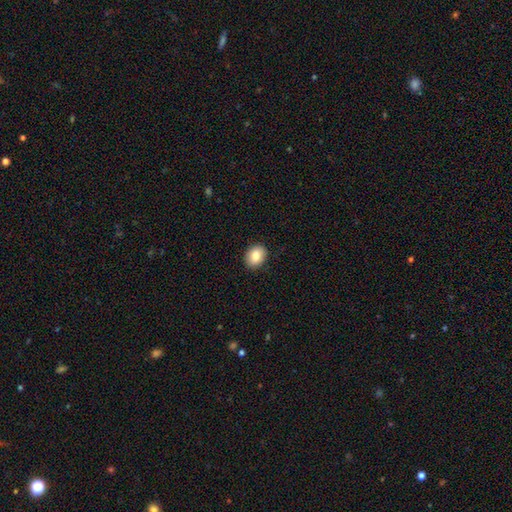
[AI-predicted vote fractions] A smooth galaxy with no disk features (85%) that is in between round and cigar-shaped (59%). Merging: none (89%).